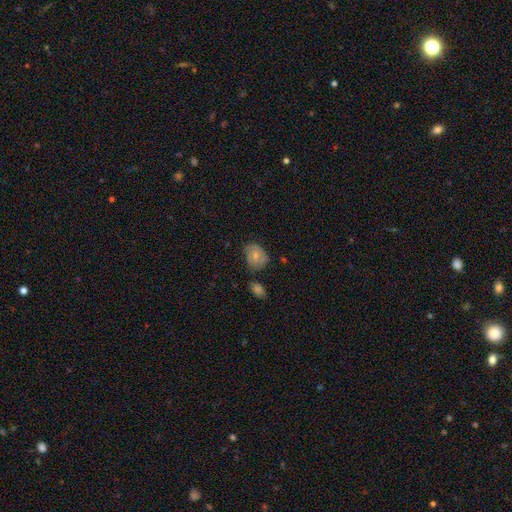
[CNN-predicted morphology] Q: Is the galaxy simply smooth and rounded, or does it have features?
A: smooth — 60%.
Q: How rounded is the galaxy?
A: in between — 54%.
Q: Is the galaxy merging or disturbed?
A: none — 59%.